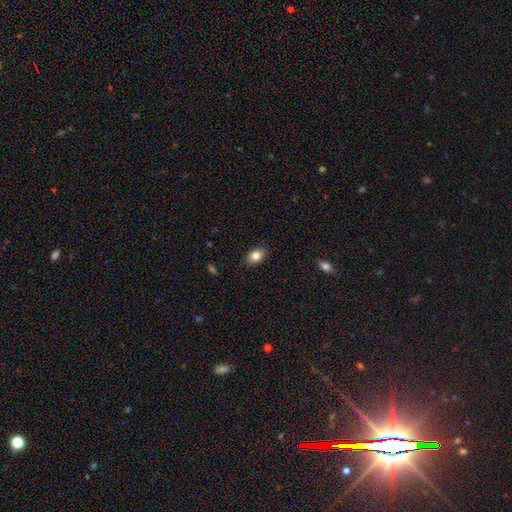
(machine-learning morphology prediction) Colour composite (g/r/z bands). It shows a smooth galaxy with no disk features (84%) that is in between round and cigar-shaped (81%). Merging: none (87%).